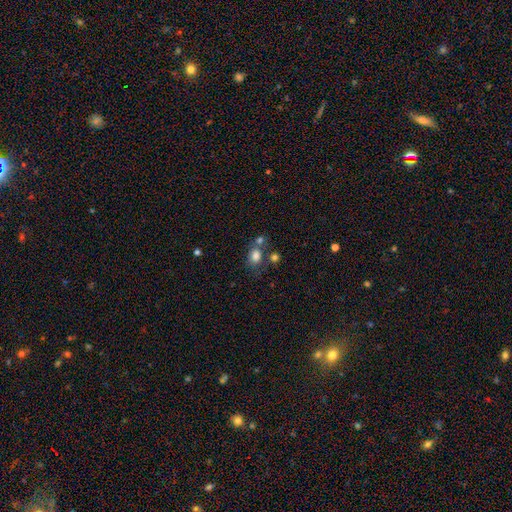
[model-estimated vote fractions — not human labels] Smooth or featured: smooth — 80% (star or artifact — 12%)
How rounded: in between — 58% (round — 41%)
Merging: none — 53% (merger — 25%)